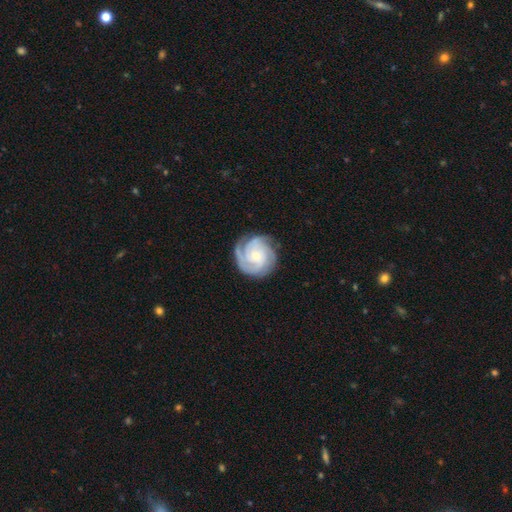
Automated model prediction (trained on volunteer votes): Morphology: type=featured or disk (87%); edge-on=no (98%); bar=no (74%); spiral arms=yes (98%); winding=tight (73%); arm count=3 (44%); bulge=small (66%); merging=none (80%).